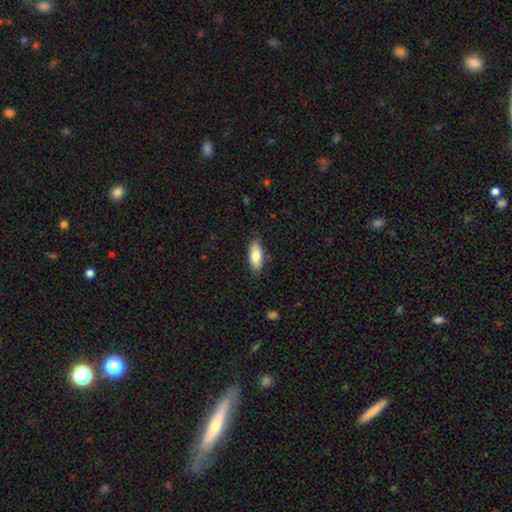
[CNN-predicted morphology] Overall: smooth (81%). How rounded: in between (80%). Merging: none (83%).